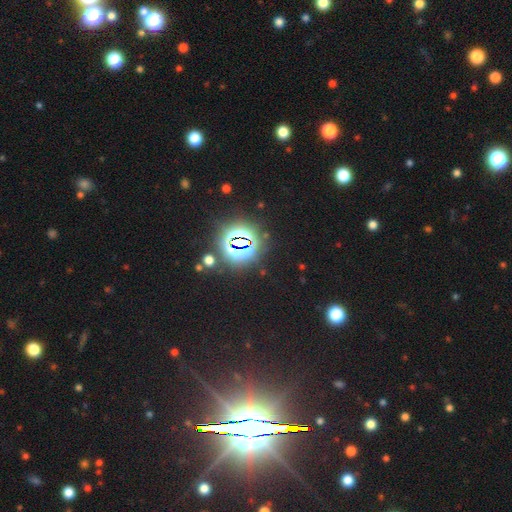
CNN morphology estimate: Overall: star or artifact (83%).